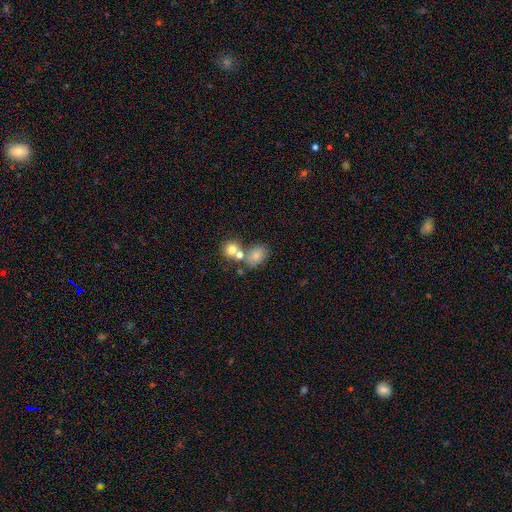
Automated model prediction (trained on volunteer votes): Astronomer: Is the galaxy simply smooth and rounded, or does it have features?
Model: smooth — 73%.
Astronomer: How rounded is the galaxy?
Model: in between — 64%.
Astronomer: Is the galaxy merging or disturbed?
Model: none — 48% (runner-up: merger, 35%).